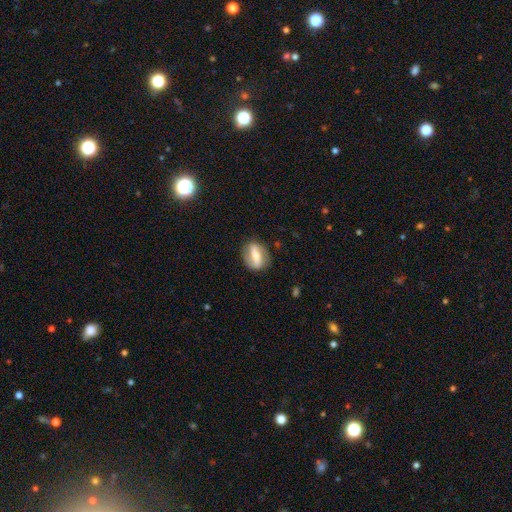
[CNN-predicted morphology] Smooth or featured? Predicted: featured or disk (p=0.55). Edge-on disk? Predicted: no (p=0.86). Merging? Predicted: none (p=0.80).